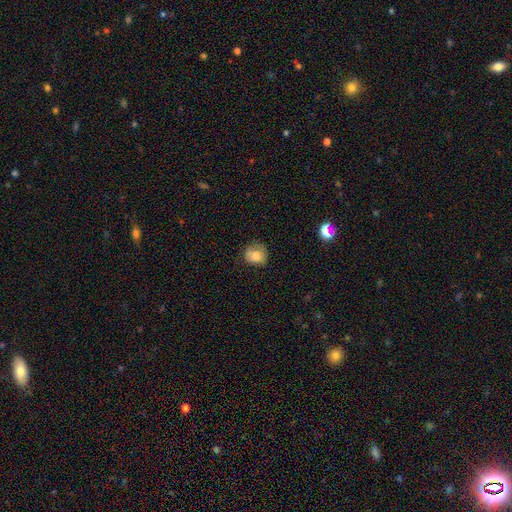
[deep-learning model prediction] This appears to be a smooth galaxy with no disk features (76%) that is round (78%). Merging: none (65%).